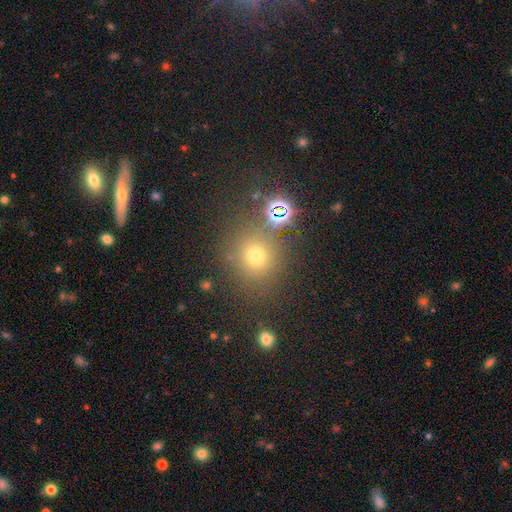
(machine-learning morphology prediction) type=smooth (66%); roundness=round (86%); merging=none (78%).